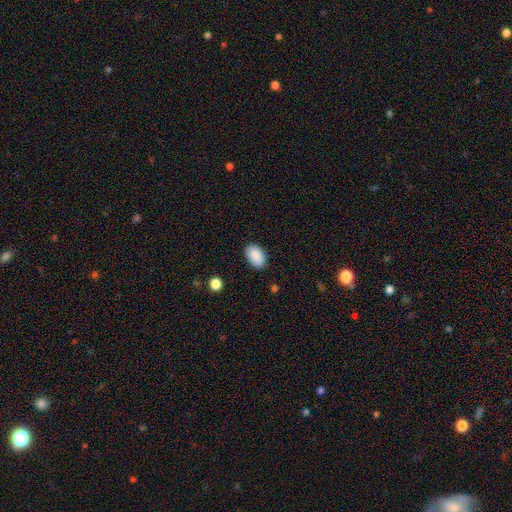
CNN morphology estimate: Smooth or featured?
  - smooth: 89% *
  - star or artifact: 7%
  - featured or disk: 4%
How rounded?
  - in between: 92% *
  - round: 7%
  - cigar-shaped: 1%
Merging?
  - none: 86% *
  - minor disturbance: 10%
  - major disturbance: 2%
  - merger: 1%